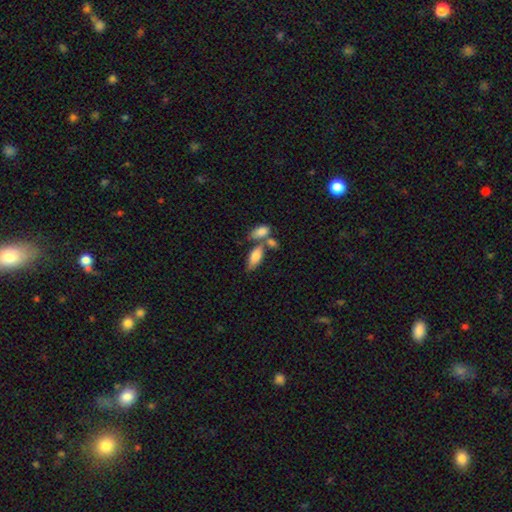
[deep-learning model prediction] A smooth galaxy with no disk features (77%) that is in between round and cigar-shaped (84%). Merging: none (42%).